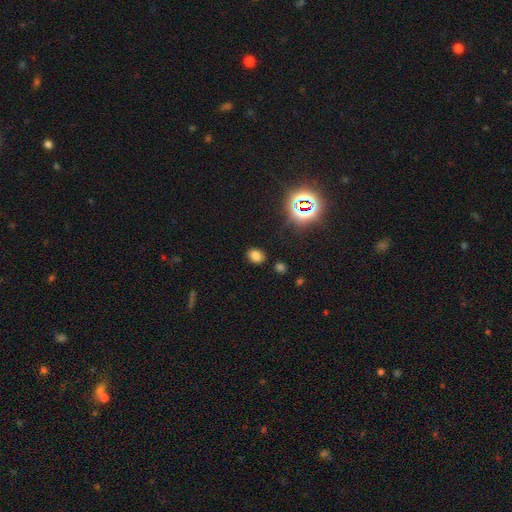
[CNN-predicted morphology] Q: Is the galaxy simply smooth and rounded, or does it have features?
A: smooth — 73%.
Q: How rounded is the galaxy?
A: in between — 68%.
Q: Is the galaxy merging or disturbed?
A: none — 85%.